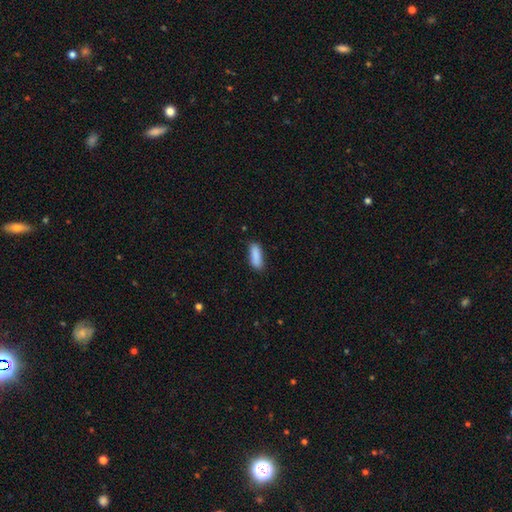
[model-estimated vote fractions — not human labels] Smooth or featured? Predicted: smooth (p=0.88). How rounded? Predicted: in between (p=0.60). Merging? Predicted: none (p=0.78).